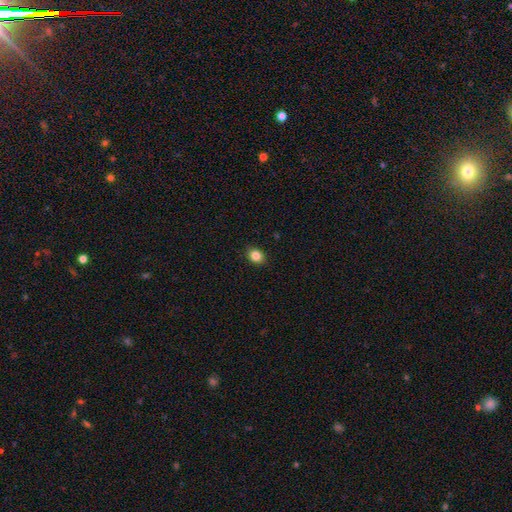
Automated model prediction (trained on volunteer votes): smooth-or-featured: smooth: 85% | star or artifact: 11% | featured or disk: 5%
  how-rounded: round: 56% | in between: 43% | cigar-shaped: 1%
  merging: none: 91% | minor disturbance: 7% | major disturbance: 2% | merger: 1%